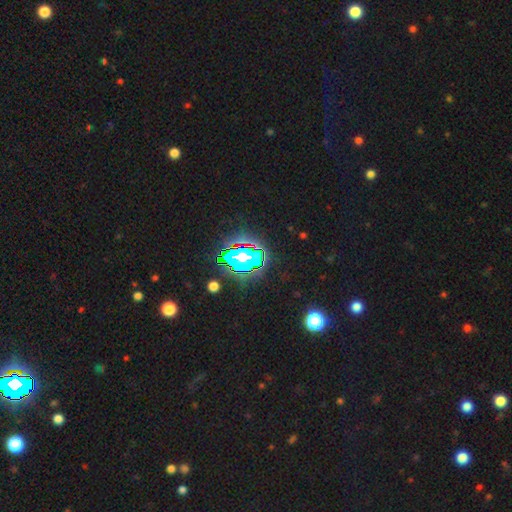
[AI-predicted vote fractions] smooth-or-featured: star or artifact: 68% | smooth: 18% | featured or disk: 14%